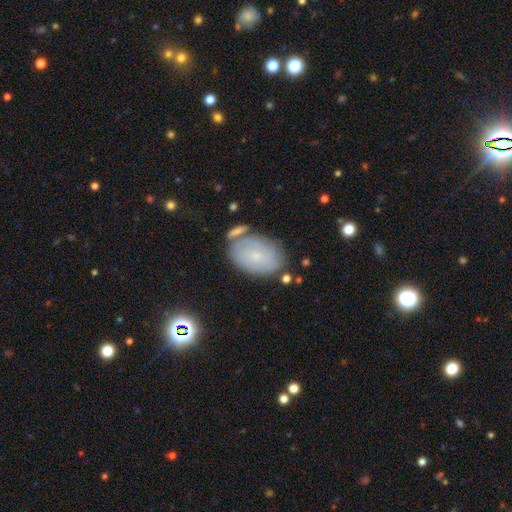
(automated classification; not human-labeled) Q: Smooth or featured?
A: smooth (59%); runner-up: featured or disk (31%)
Q: How rounded?
A: in between (86%); runner-up: round (13%)
Q: Merging?
A: none (67%); runner-up: minor disturbance (18%)